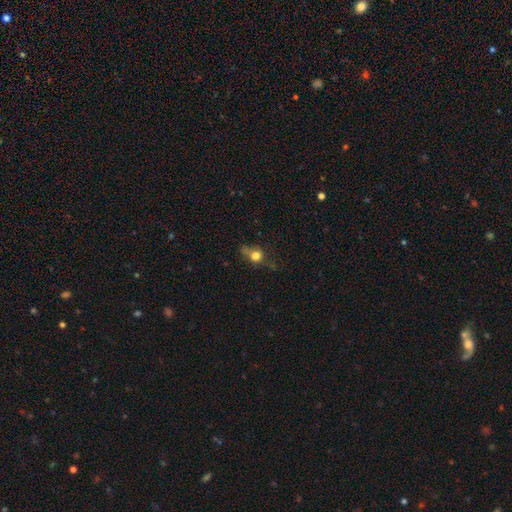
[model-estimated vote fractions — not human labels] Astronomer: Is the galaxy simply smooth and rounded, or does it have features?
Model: smooth — 69%.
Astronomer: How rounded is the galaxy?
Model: round — 65%.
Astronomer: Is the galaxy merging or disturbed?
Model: none — 47% (runner-up: minor disturbance, 28%).